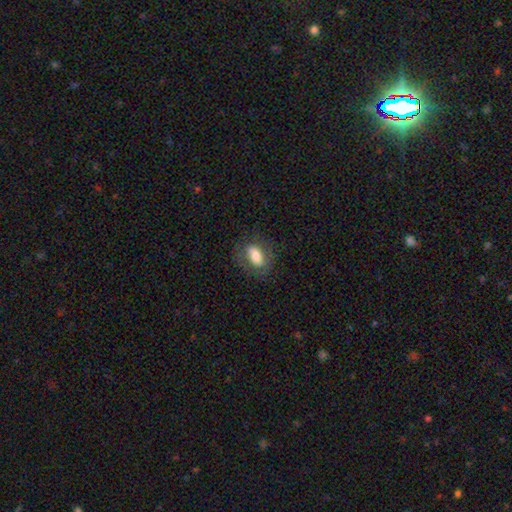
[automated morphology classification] A smooth galaxy with no disk features (69%) that is in between round and cigar-shaped (85%). Merging: none (74%).